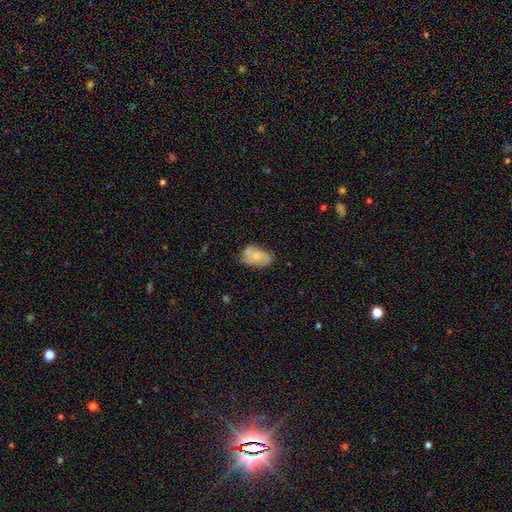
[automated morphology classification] smooth_or_featured: smooth (p=0.54) [alt: featured or disk p=0.38]
how_rounded: in between (p=0.91) [alt: round p=0.06]
merging: none (p=0.53) [alt: minor disturbance p=0.31]